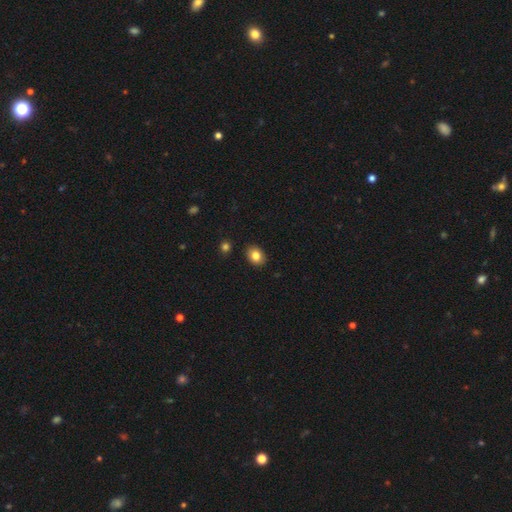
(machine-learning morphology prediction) This is clearly a smooth galaxy (83%). How rounded: possibly in between (58%). Merging: clearly none (89%).